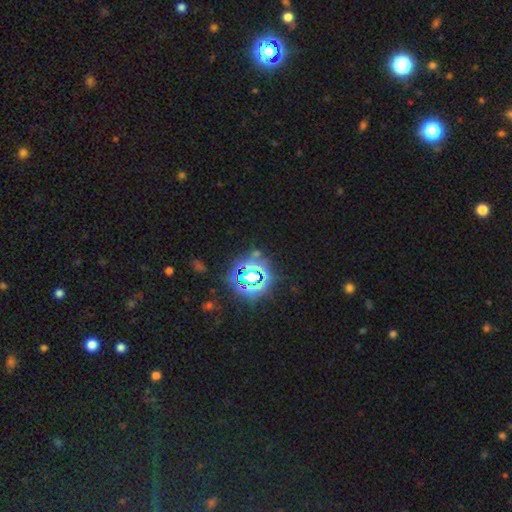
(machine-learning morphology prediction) smooth-or-featured: star or artifact: 76% | smooth: 16% | featured or disk: 8%